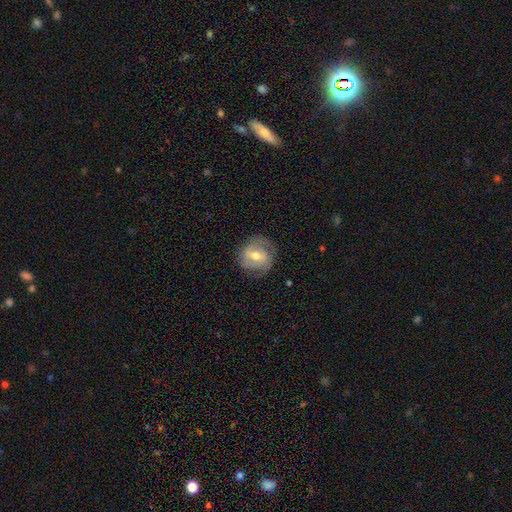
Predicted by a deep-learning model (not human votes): Smooth or featured?
  - featured or disk: 61% *
  - smooth: 33%
  - star or artifact: 7%
Edge-on disk?
  - no: 96% *
  - yes: 4%
Bar?
  - weak: 49% *
  - no: 28%
  - strong: 24%
Spiral arms?
  - yes: 76% *
  - no: 24%
Bulge size?
  - moderate: 69% *
  - small: 24%
  - large: 5%
  - none: 1%
  - dominant: 1%
Merging?
  - none: 73% *
  - minor disturbance: 18%
  - major disturbance: 7%
  - merger: 1%